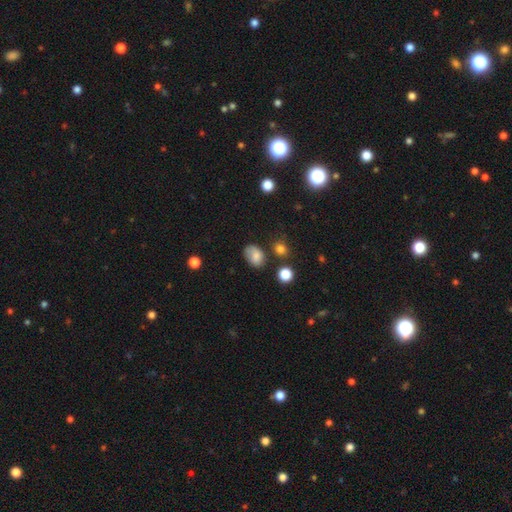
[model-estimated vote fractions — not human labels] This is likely a smooth galaxy (77%). How rounded: likely in between (74%). Merging: likely none (62%).